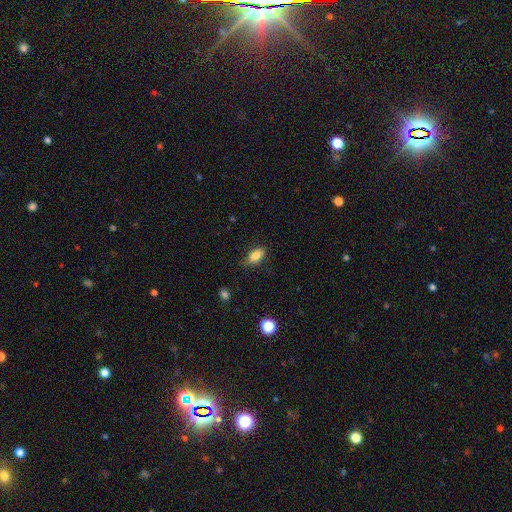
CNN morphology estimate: Smooth or featured? Predicted: smooth (p=0.82). How rounded? Predicted: in between (p=0.86). Merging? Predicted: none (p=0.81).